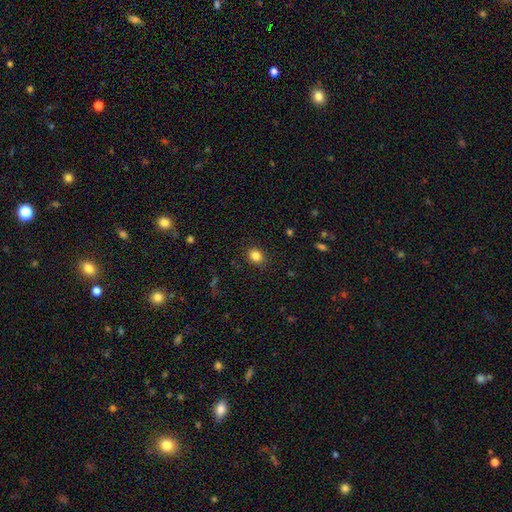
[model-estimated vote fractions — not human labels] This appears to be a smooth galaxy with no disk features (84%) that is round (63%). Merging: none (88%).